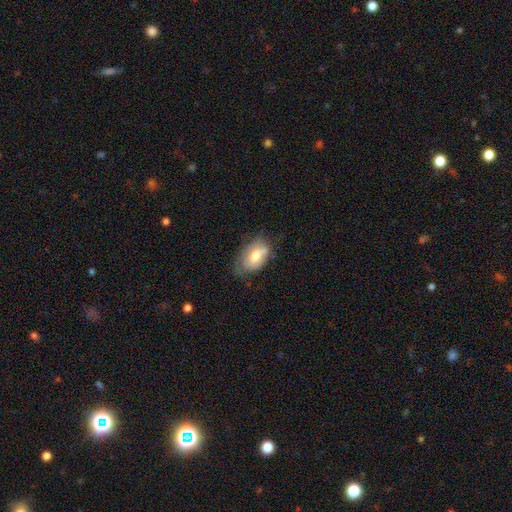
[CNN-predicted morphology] Smooth or featured? smooth (64%)
How rounded? in between (90%)
Merging? none (49%)